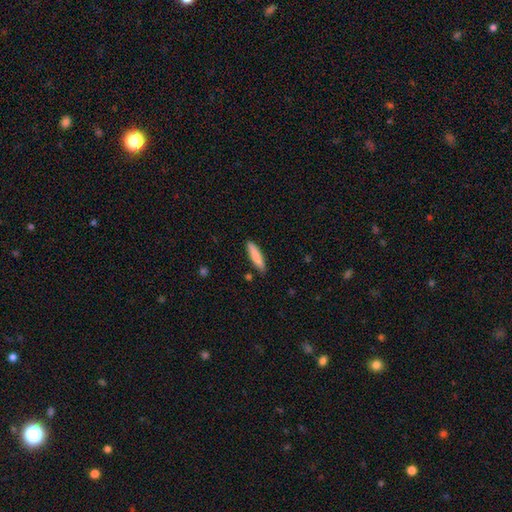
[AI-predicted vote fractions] Q: Smooth or featured?
A: smooth (84%); runner-up: featured or disk (10%)
Q: How rounded?
A: cigar-shaped (81%); runner-up: in between (18%)
Q: Merging?
A: none (87%); runner-up: minor disturbance (9%)